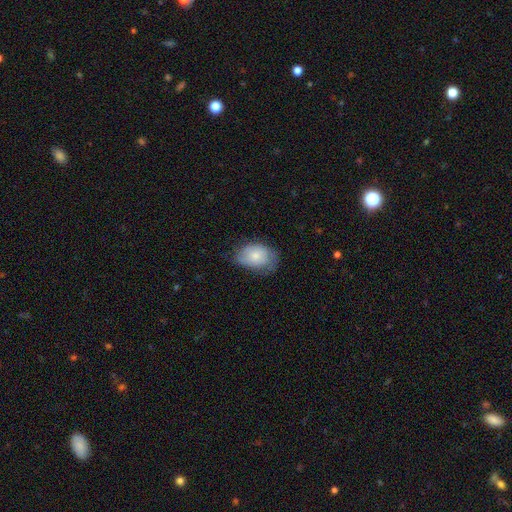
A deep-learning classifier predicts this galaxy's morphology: Smooth or featured? smooth (70%)
How rounded? in between (78%)
Merging? none (51%)